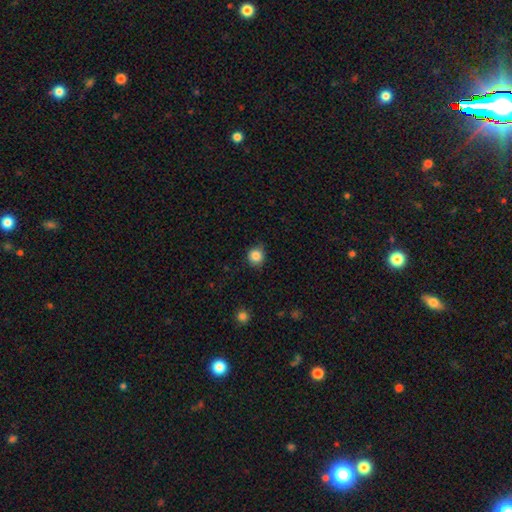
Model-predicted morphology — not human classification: type=smooth (85%); roundness=round (88%); merging=none (81%).